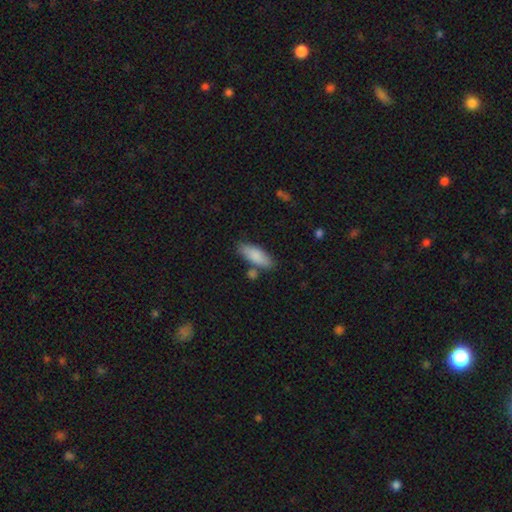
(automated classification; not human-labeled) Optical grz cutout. It shows a smooth galaxy with no disk features (85%) that is in between round and cigar-shaped (69%). Merging: none (74%).